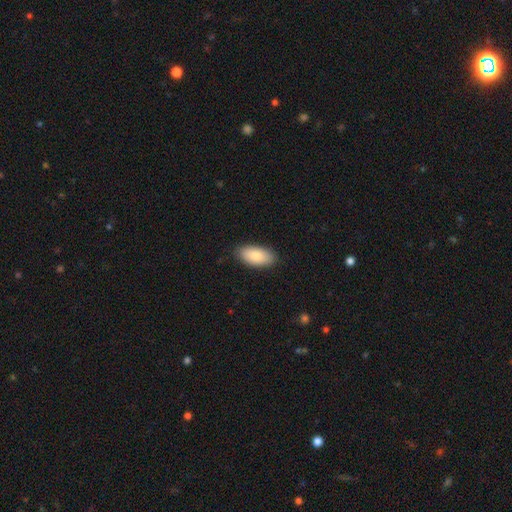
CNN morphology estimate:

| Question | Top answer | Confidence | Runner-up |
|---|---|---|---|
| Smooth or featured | smooth | 84% | featured or disk (10%) |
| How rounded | in between | 94% | cigar-shaped (4%) |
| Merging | none | 87% | minor disturbance (10%) |